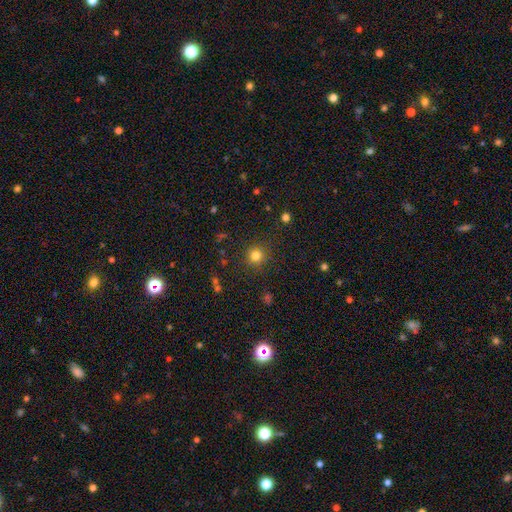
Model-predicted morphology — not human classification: The model was most divided on "smooth or featured": smooth: 80%, star or artifact: 15%, featured or disk: 5%. More confident: how rounded — round (94%); merging — none (88%).